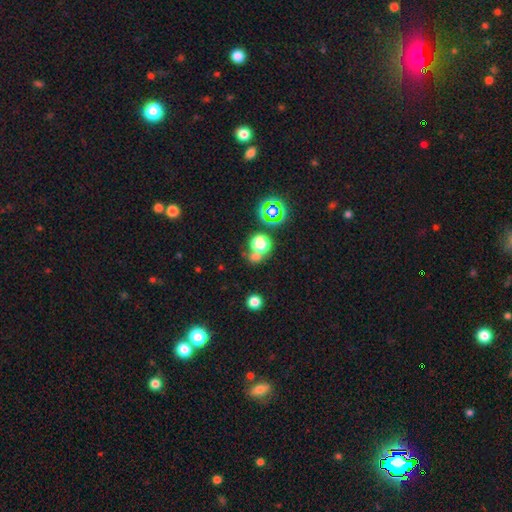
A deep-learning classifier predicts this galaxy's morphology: Smooth or featured? smooth (61%)
How rounded? round (81%)
Merging? none (52%)